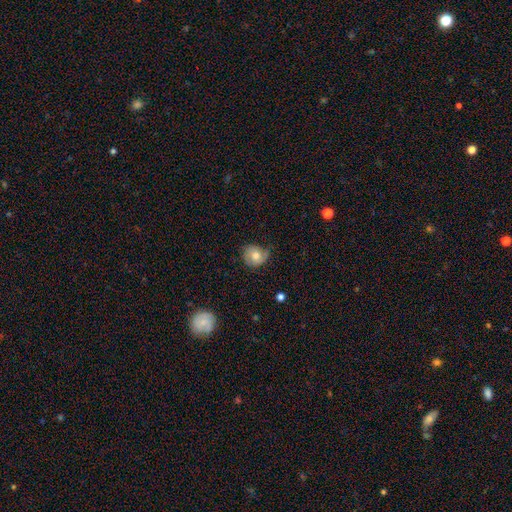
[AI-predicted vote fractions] Smooth or featured? smooth (62%)
How rounded? round (77%)
Merging? none (53%)